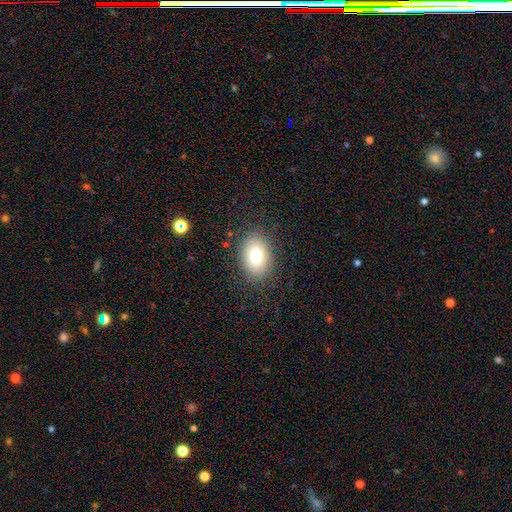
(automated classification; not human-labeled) smooth 82%, featured or disk 10%, star or artifact 8%. Down the decision tree: how rounded — in between (82%); merging — none (85%).